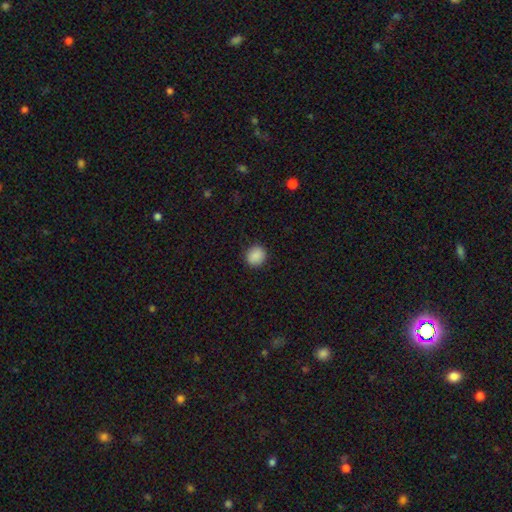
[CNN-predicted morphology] This appears to be a smooth galaxy with no disk features (89%) that is round (85%). Merging: none (91%).